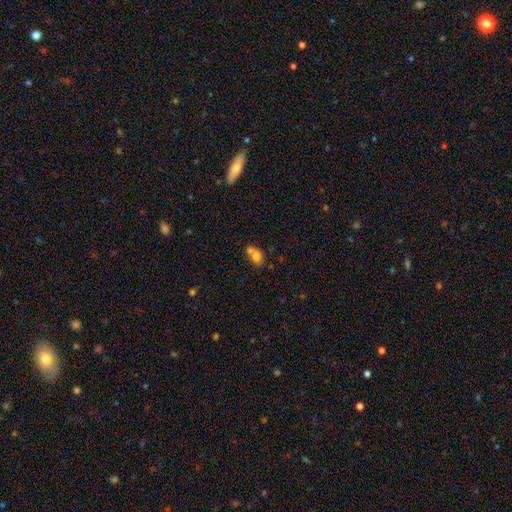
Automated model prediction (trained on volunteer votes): A smooth galaxy with no disk features (74%) that is in between round and cigar-shaped (71%). Merging: merger (52%).